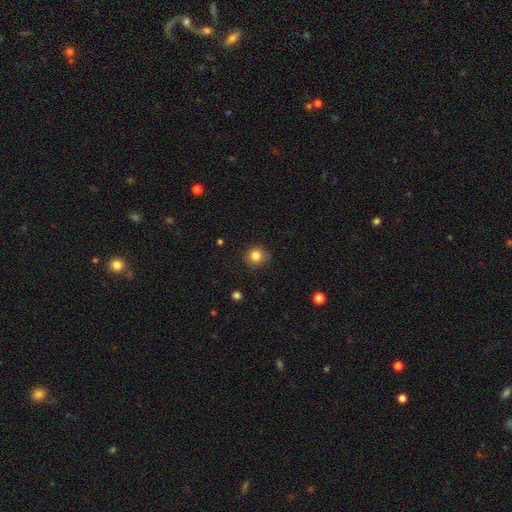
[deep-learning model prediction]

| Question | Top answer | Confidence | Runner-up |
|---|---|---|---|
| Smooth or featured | smooth | 83% | star or artifact (11%) |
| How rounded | round | 91% | in between (8%) |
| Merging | none | 84% | minor disturbance (13%) |